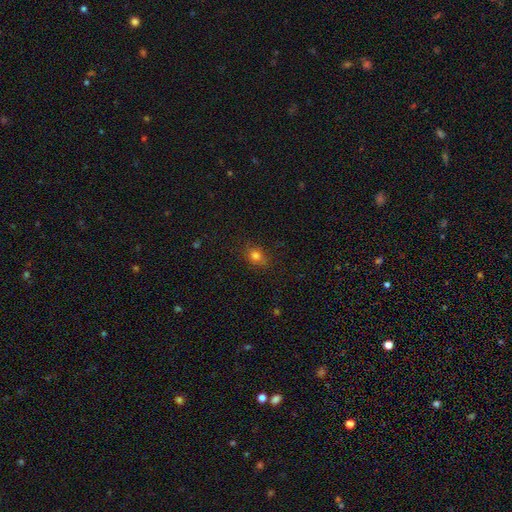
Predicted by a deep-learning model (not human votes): smooth-or-featured: smooth: 78% | star or artifact: 14% | featured or disk: 8%
  how-rounded: in between: 50% | round: 48% | cigar-shaped: 2%
  merging: none: 81% | minor disturbance: 14% | major disturbance: 4% | merger: 1%